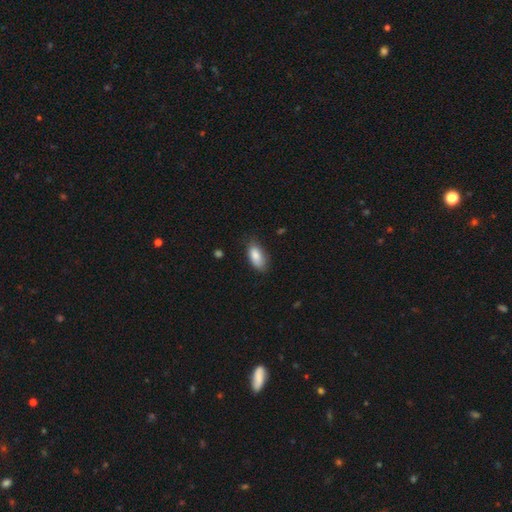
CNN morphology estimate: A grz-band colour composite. It shows a smooth galaxy with no disk features (85%) that is in between round and cigar-shaped (90%). Merging: none (72%).